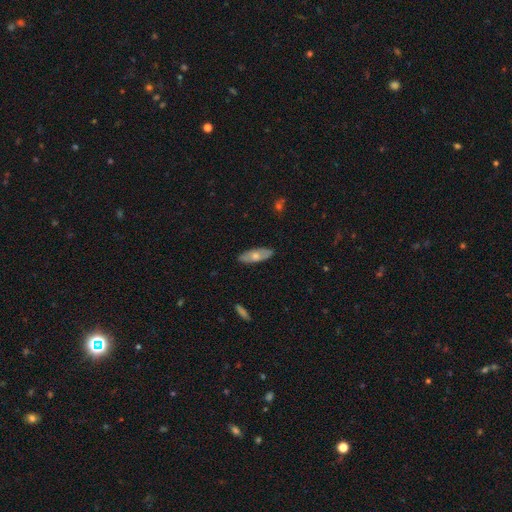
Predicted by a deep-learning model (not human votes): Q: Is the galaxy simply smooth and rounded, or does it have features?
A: smooth — 58%.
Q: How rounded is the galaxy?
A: in between — 67%.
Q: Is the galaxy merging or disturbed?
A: none — 86%.